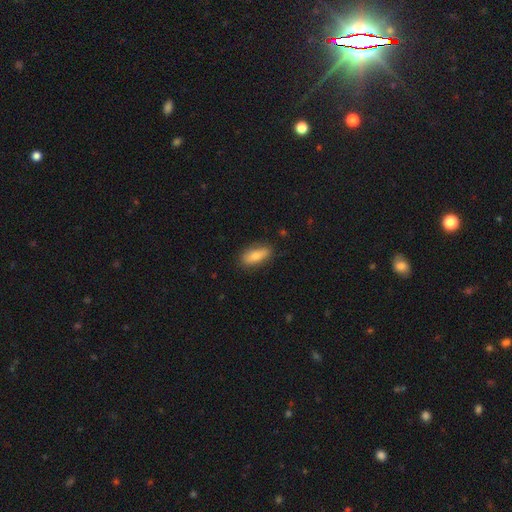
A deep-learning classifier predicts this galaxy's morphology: Smooth or featured: smooth — 74% (featured or disk — 19%)
How rounded: in between — 72% (cigar-shaped — 25%)
Merging: none — 83% (minor disturbance — 14%)